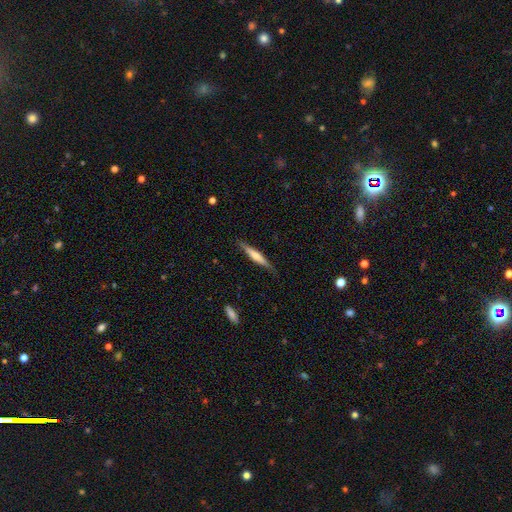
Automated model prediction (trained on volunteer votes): This is possibly a smooth galaxy (48%). Merging: clearly none (85%).